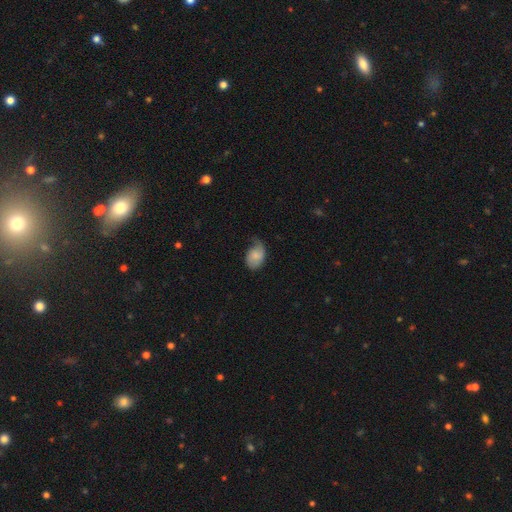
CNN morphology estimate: smooth_or_featured: smooth (p=0.64) [alt: featured or disk p=0.29]
how_rounded: in between (p=0.79) [alt: round p=0.20]
merging: none (p=0.39) [alt: minor disturbance p=0.38]